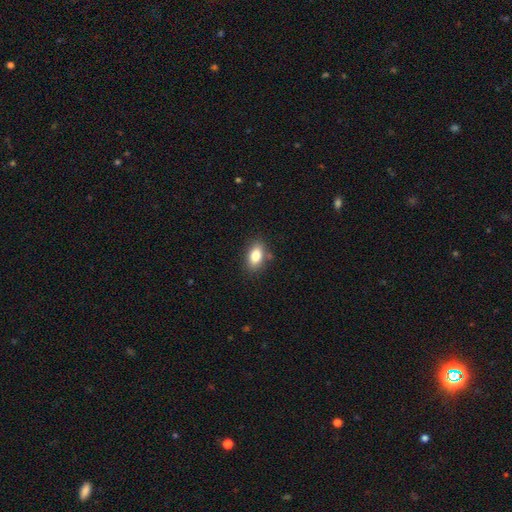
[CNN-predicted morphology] smooth_or_featured: smooth (p=0.83) [alt: featured or disk p=0.09]
how_rounded: in between (p=0.88) [alt: round p=0.09]
merging: none (p=0.82) [alt: minor disturbance p=0.12]